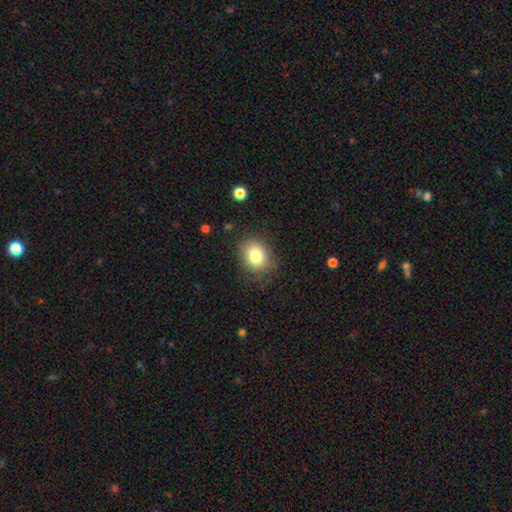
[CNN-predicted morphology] smooth-or-featured: smooth: 80% | star or artifact: 11% | featured or disk: 9%
  how-rounded: round: 56% | in between: 43% | cigar-shaped: 1%
  merging: none: 81% | minor disturbance: 13% | major disturbance: 4% | merger: 1%